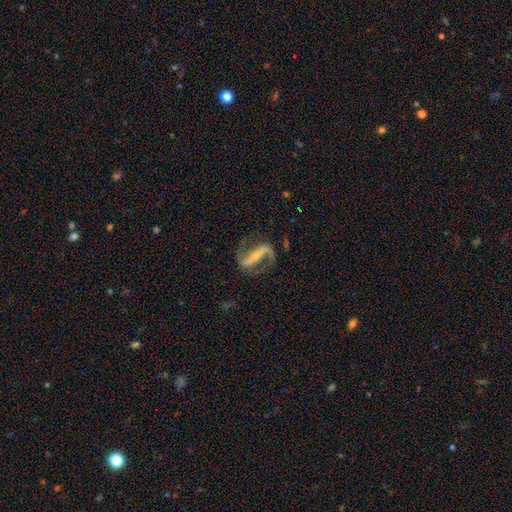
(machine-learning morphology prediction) Smooth or featured: featured or disk — 89% (smooth — 6%)
Edge-on disk: no — 93% (yes — 7%)
Bar: strong — 72% (weak — 17%)
Spiral arms: yes — 95% (no — 5%)
Spiral winding: loose — 49% (medium — 39%)
Spiral arm count: 2 — 91% (1 — 4%)
Bulge size: small — 63% (moderate — 22%)
Merging: none — 75% (minor disturbance — 13%)